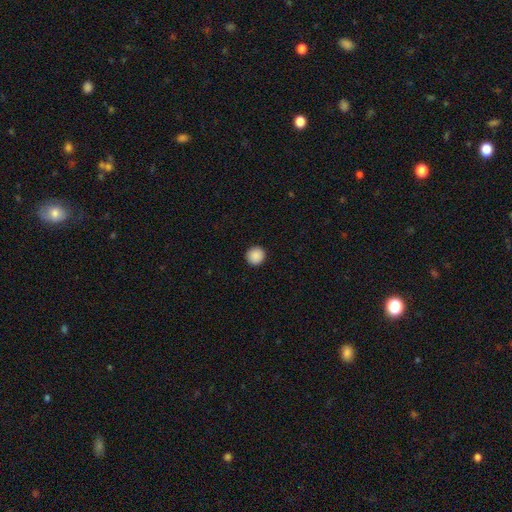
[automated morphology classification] Smooth or featured: smooth — 89% (star or artifact — 9%)
How rounded: round — 95% (in between — 4%)
Merging: none — 93% (minor disturbance — 4%)